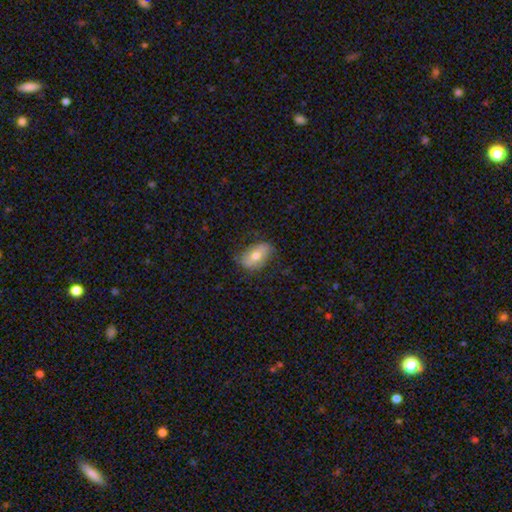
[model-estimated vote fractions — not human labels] Q: Smooth or featured?
A: smooth (63%); runner-up: featured or disk (30%)
Q: How rounded?
A: in between (89%); runner-up: round (7%)
Q: Merging?
A: none (74%); runner-up: minor disturbance (20%)